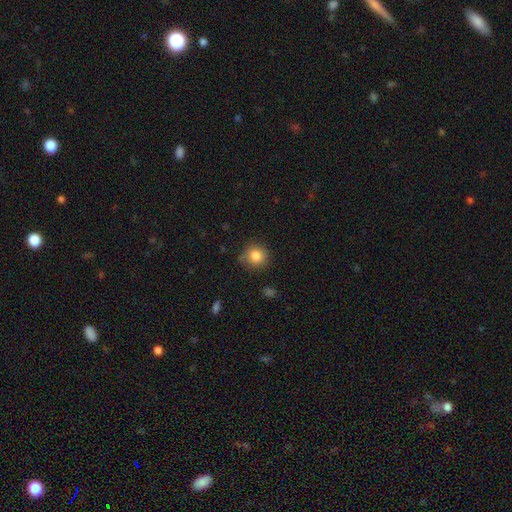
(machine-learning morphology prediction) Smooth or featured?
  - smooth: 84% *
  - star or artifact: 10%
  - featured or disk: 6%
How rounded?
  - round: 90% *
  - in between: 9%
  - cigar-shaped: 1%
Merging?
  - none: 81% *
  - minor disturbance: 14%
  - major disturbance: 3%
  - merger: 2%